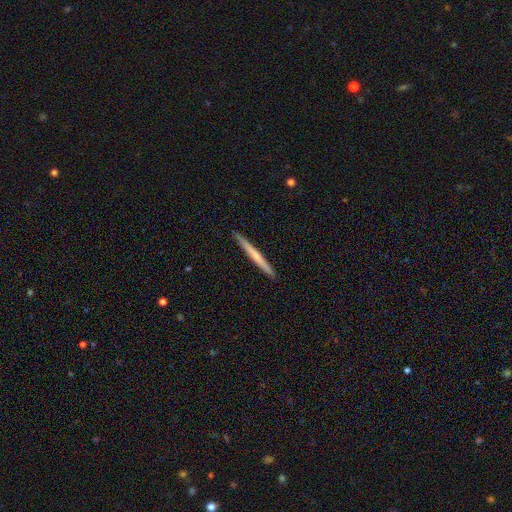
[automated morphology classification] Overall: smooth (53%; featured or disk 42%). How rounded: cigar-shaped (97%). Merging: none (92%).